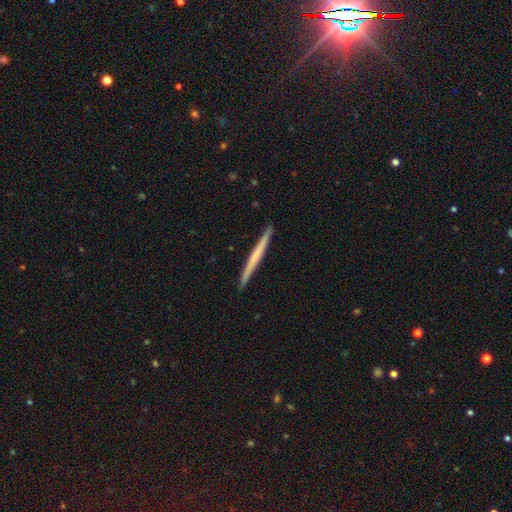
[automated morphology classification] The model was most divided on "smooth or featured" (2-way tie): smooth: 47%, featured or disk: 47%, star or artifact: 5%. More confident: merging — none (93%).